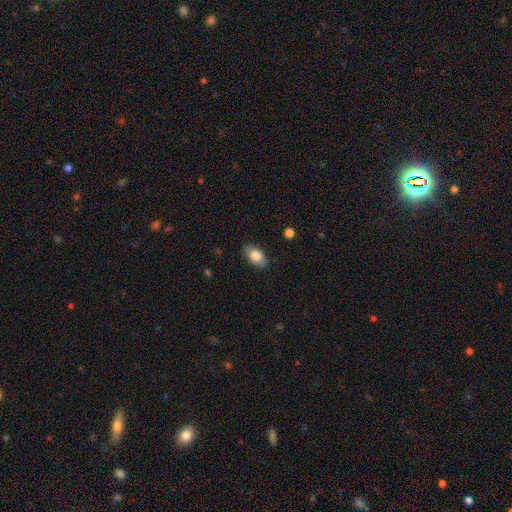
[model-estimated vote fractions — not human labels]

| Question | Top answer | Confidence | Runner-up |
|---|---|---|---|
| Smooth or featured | smooth | 83% | featured or disk (10%) |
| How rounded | in between | 92% | round (6%) |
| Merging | none | 86% | minor disturbance (11%) |